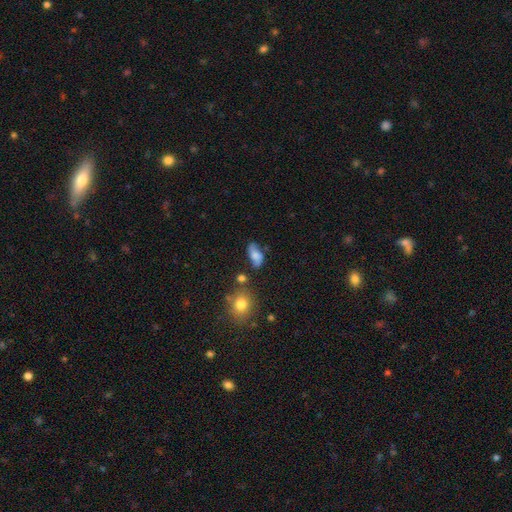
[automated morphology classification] This is likely a smooth galaxy (62%). How rounded: clearly in between (85%). Merging: possibly none (59%).